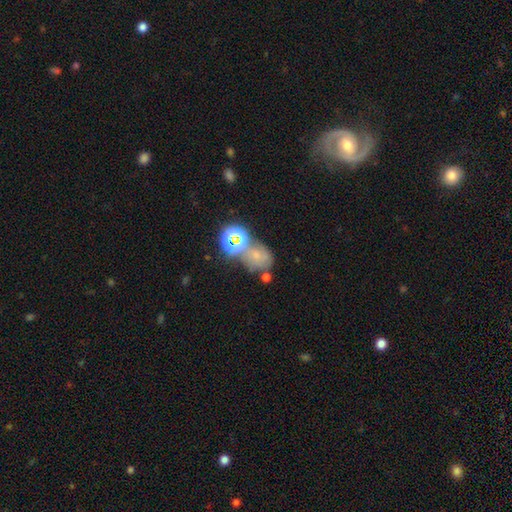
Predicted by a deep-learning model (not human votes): Smooth or featured? Predicted: smooth (p=0.42). Merging? Predicted: none (p=0.43).